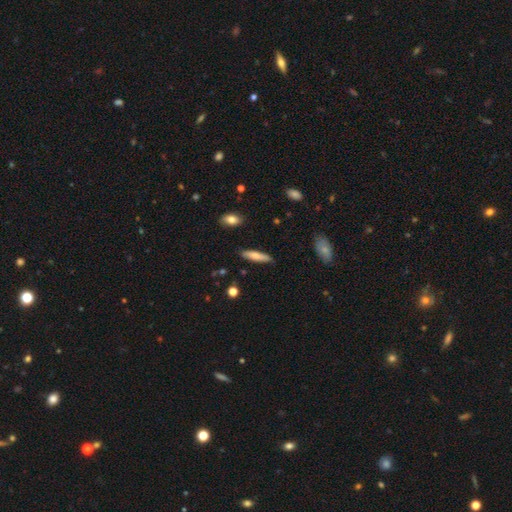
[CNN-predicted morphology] Smooth or featured? Predicted: smooth (p=0.71). How rounded? Predicted: cigar-shaped (p=0.76). Merging? Predicted: none (p=0.87).